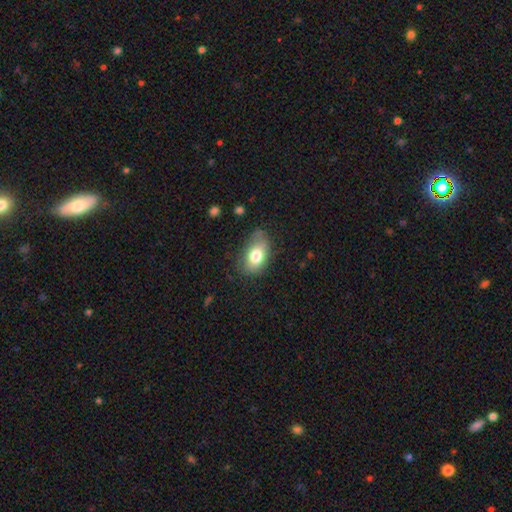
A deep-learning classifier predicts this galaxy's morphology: This is likely a smooth galaxy (76%). How rounded: clearly in between (88%). Merging: likely none (63%).